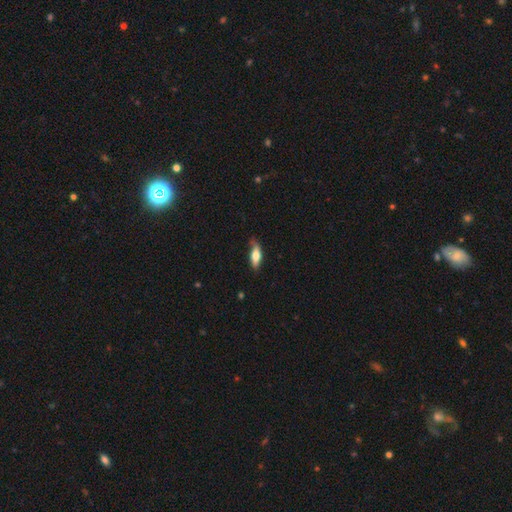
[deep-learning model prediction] Smooth or featured? Predicted: smooth (p=0.68). How rounded? Predicted: in between (p=0.63). Merging? Predicted: none (p=0.61).